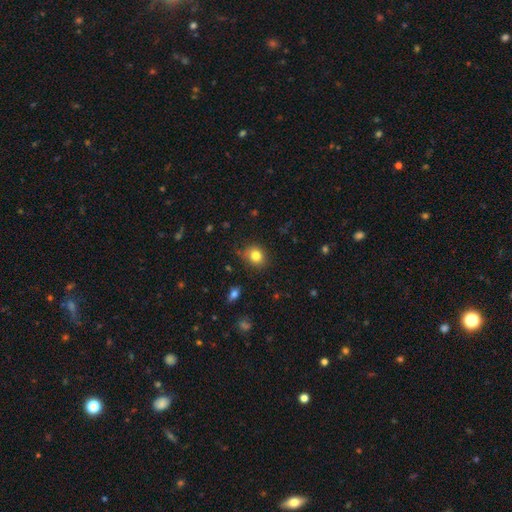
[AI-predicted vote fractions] A smooth galaxy with no disk features (82%) that is round (67%). Merging: none (81%).